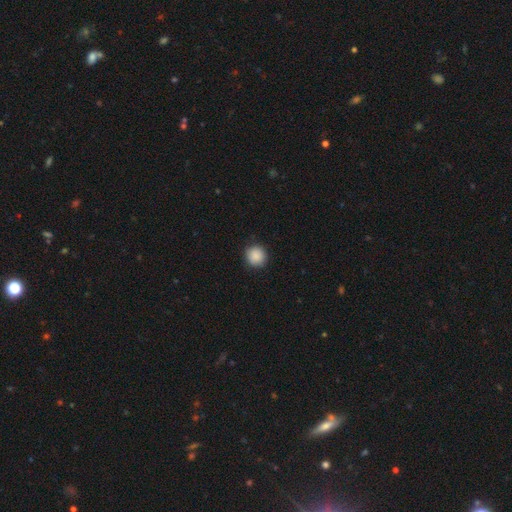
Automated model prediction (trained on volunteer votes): Smooth or featured? smooth (89%)
How rounded? round (93%)
Merging? none (90%)